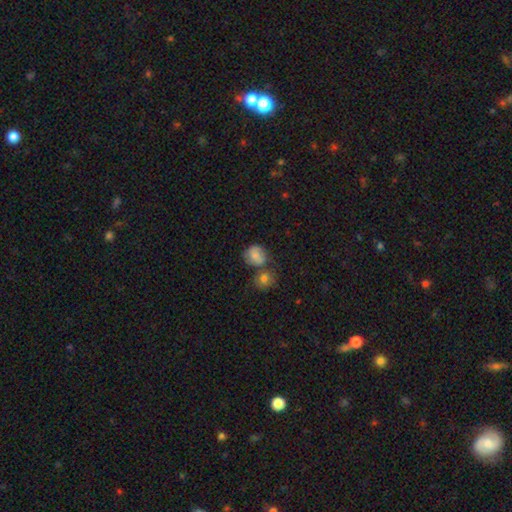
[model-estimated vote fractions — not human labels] Smooth or featured: smooth — 72% (featured or disk — 19%)
How rounded: round — 72% (in between — 27%)
Merging: none — 46% (merger — 31%)